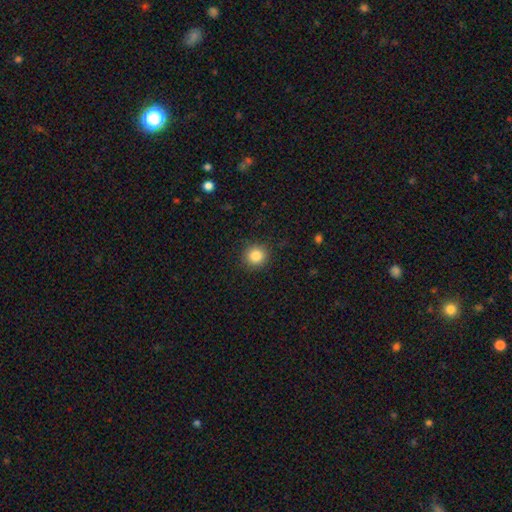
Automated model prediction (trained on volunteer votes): Smooth or featured? Predicted: smooth (p=0.85). How rounded? Predicted: round (p=0.93). Merging? Predicted: none (p=0.90).